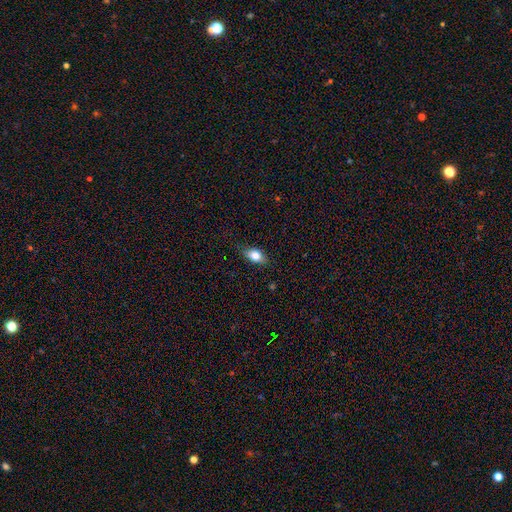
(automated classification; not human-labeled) A smooth galaxy with no disk features (80%) that is in between round and cigar-shaped (85%). Merging: none (81%).